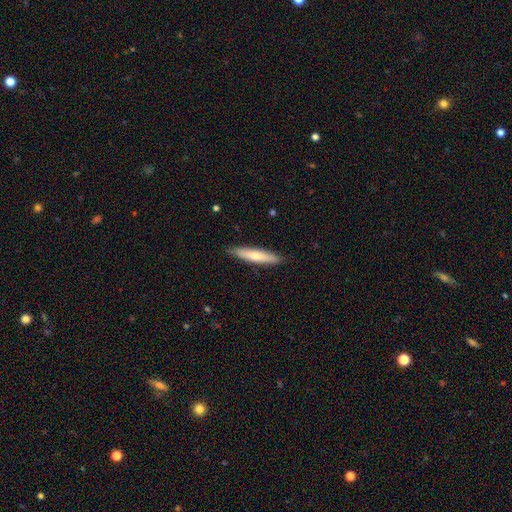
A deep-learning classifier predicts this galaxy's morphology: The model was most divided on "smooth or featured": smooth: 66%, featured or disk: 29%, star or artifact: 5%. More confident: how rounded — cigar-shaped (87%); merging — none (87%).